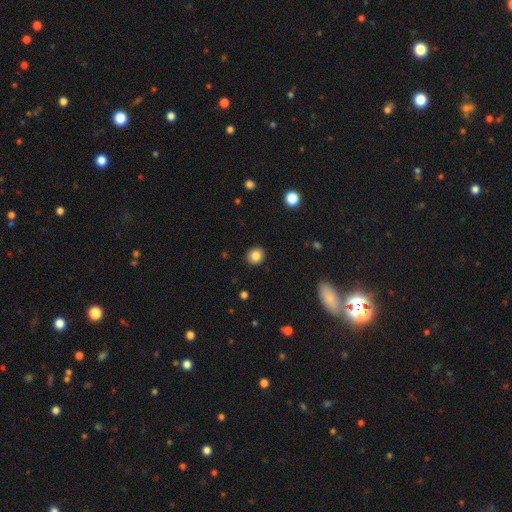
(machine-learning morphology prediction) Smooth or featured? Predicted: smooth (p=0.84). How rounded? Predicted: round (p=0.80). Merging? Predicted: none (p=0.91).